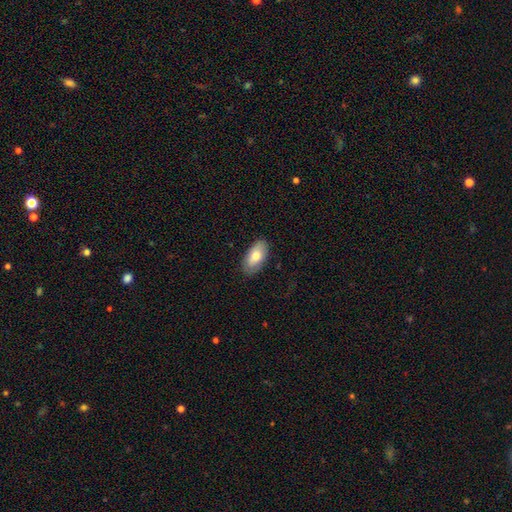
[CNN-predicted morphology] Overall: smooth (74%). How rounded: in between (93%). Merging: none (84%).